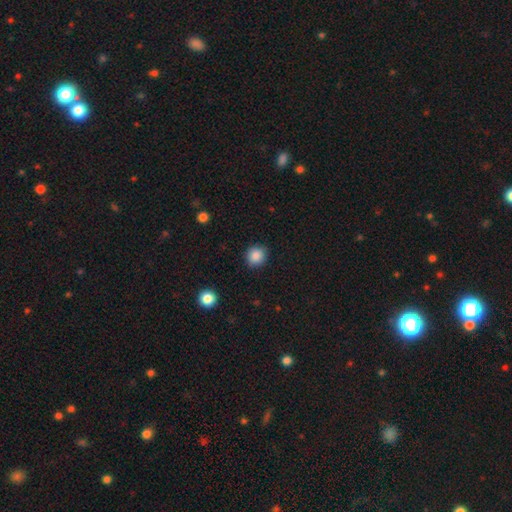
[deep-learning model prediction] Q: Smooth or featured?
A: smooth (87%); runner-up: star or artifact (10%)
Q: How rounded?
A: round (87%); runner-up: in between (12%)
Q: Merging?
A: none (89%); runner-up: minor disturbance (8%)